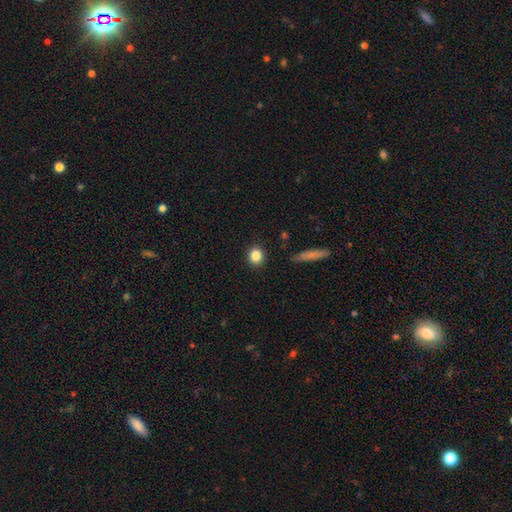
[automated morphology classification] smooth-or-featured: smooth: 84% | star or artifact: 10% | featured or disk: 6%
  how-rounded: round: 80% | in between: 18% | cigar-shaped: 2%
  merging: none: 90% | minor disturbance: 7% | major disturbance: 2% | merger: 2%